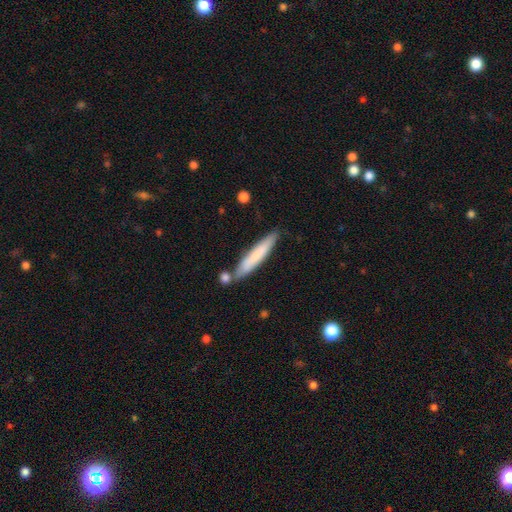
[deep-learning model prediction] Q: Smooth or featured?
A: smooth (71%); runner-up: featured or disk (22%)
Q: How rounded?
A: cigar-shaped (92%); runner-up: in between (7%)
Q: Merging?
A: none (71%); runner-up: minor disturbance (14%)